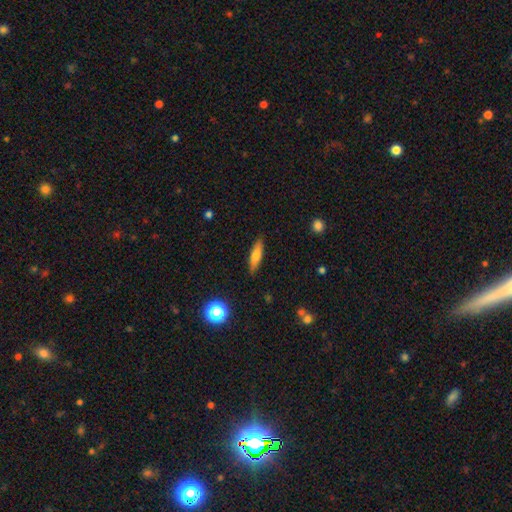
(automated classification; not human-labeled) Smooth or featured? smooth (69%)
How rounded? cigar-shaped (62%)
Merging? none (86%)